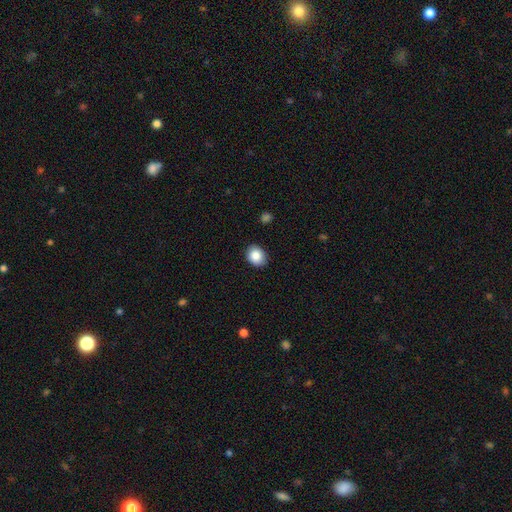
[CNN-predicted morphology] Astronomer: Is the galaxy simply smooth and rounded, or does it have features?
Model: smooth — 86%.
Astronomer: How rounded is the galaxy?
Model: round — 53% (runner-up: in between, 46%).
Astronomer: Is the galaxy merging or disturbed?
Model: none — 87%.